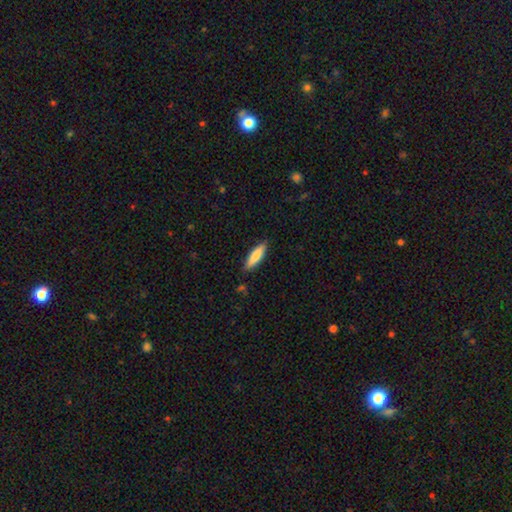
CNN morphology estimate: smooth 81%, featured or disk 14%, star or artifact 6%. Down the decision tree: how rounded — cigar-shaped (66%); merging — none (86%).